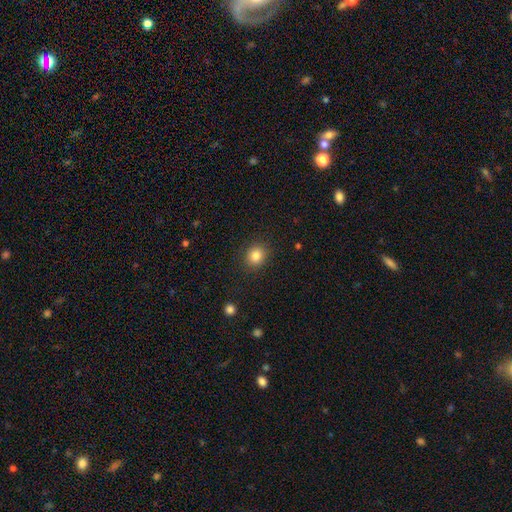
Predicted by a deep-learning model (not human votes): Smooth or featured? Predicted: smooth (p=0.84). How rounded? Predicted: round (p=0.76). Merging? Predicted: none (p=0.88).